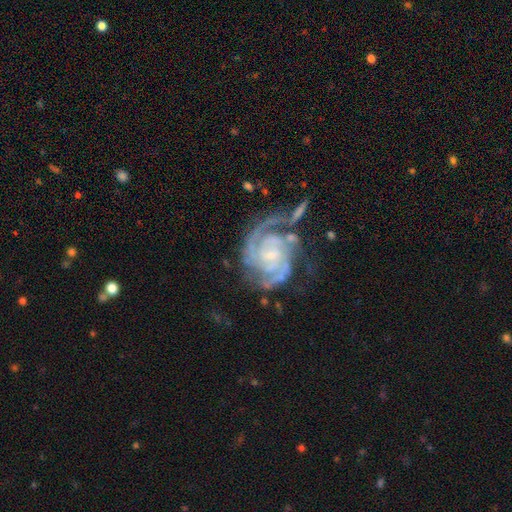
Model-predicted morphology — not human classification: smooth_or_featured: featured or disk (p=0.92) [alt: star or artifact p=0.04]
disk_edge_on: no (p=0.98) [alt: yes p=0.02]
bar: no (p=0.48) [alt: weak p=0.40]
has_spiral_arms: yes (p=0.98) [alt: no p=0.02]
spiral_winding: tight (p=0.64) [alt: medium p=0.30]
spiral_arm_count: 2 (p=0.52) [alt: 3 p=0.21]
bulge_size: small (p=0.65) [alt: moderate p=0.21]
merging: none (p=0.49) [alt: minor disturbance p=0.20]